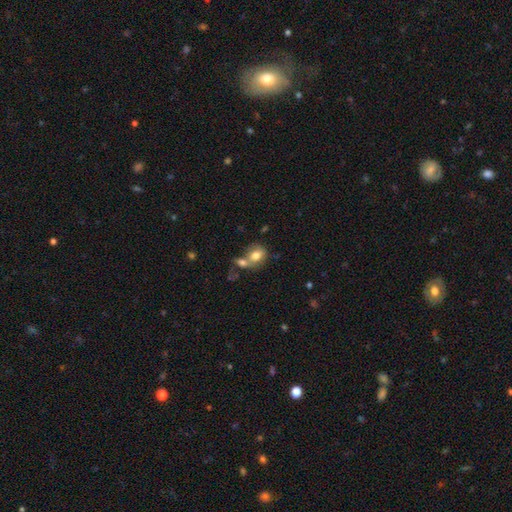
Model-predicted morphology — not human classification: Smooth or featured? smooth (76%)
How rounded? in between (55%)
Merging? merger (52%)